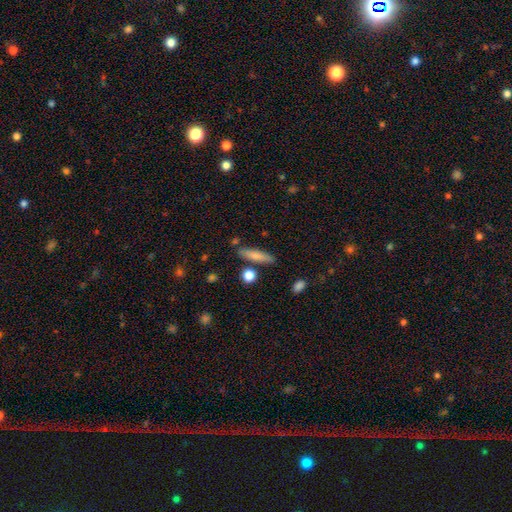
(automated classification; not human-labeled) Overall: smooth (76%). How rounded: cigar-shaped (75%). Merging: none (82%).